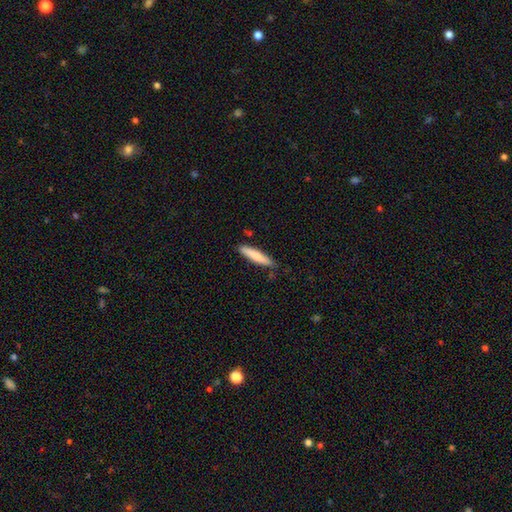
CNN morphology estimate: This is likely a smooth galaxy (76%). How rounded: clearly cigar-shaped (87%). Merging: clearly none (84%).